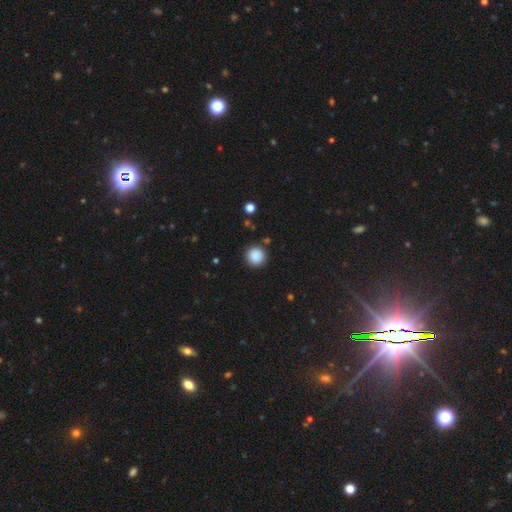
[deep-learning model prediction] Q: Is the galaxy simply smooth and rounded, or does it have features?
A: smooth — 87%.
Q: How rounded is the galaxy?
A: round — 95%.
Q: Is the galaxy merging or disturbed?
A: none — 90%.